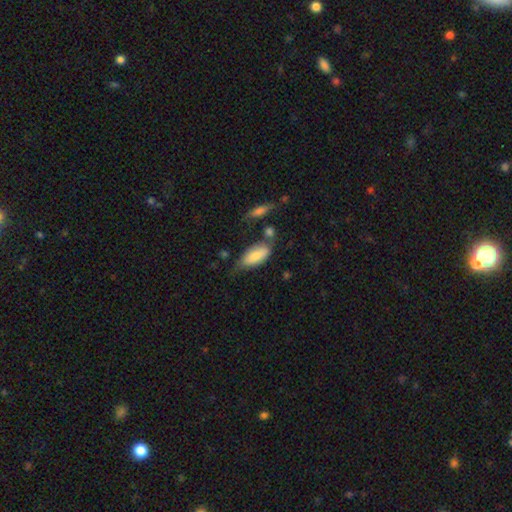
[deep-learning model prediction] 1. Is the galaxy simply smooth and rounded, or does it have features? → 79% smooth, 14% featured or disk, 6% star or artifact.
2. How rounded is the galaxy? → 86% in between, 12% cigar-shaped, 2% round.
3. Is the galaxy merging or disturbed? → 43% none, 33% minor disturbance, 12% merger, 11% major disturbance.